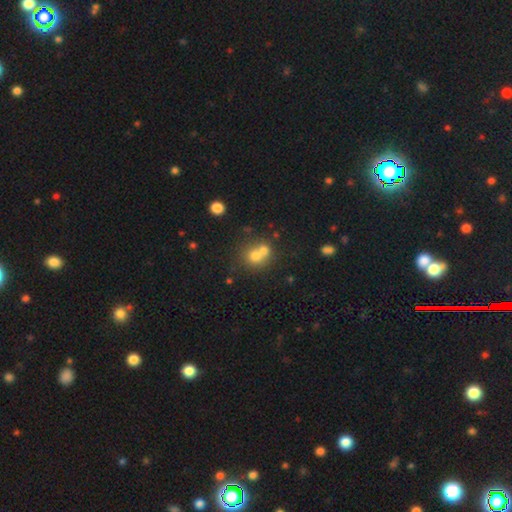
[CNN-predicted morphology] smooth-or-featured: smooth: 70% | featured or disk: 17% | star or artifact: 13%
  how-rounded: round: 81% | in between: 19% | cigar-shaped: 1%
  merging: merger: 57% | none: 34% | minor disturbance: 6% | major disturbance: 3%